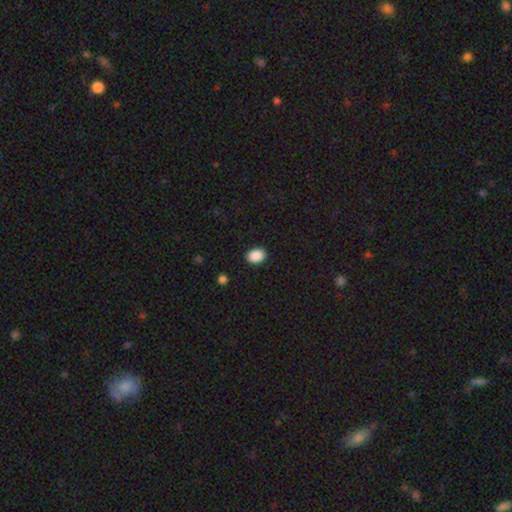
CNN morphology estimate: Smooth or featured? Predicted: smooth (p=0.90). How rounded? Predicted: in between (p=0.73). Merging? Predicted: none (p=0.90).